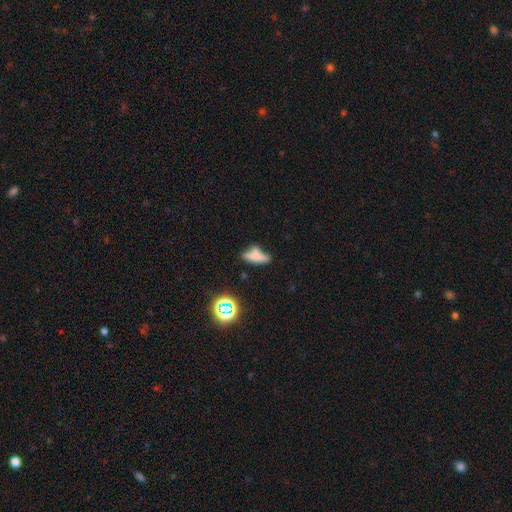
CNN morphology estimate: This is likely a smooth galaxy (62%). How rounded: possibly in between (58%). Merging: marginally none (44%).